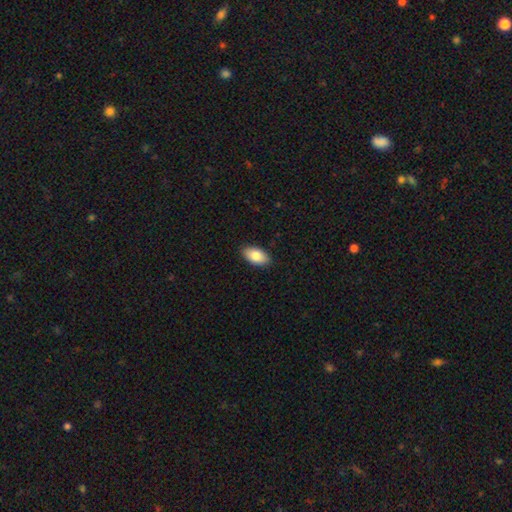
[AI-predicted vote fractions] A smooth galaxy with no disk features (85%) that is in between round and cigar-shaped (94%).

Vote fractions:
- Smooth or featured? smooth: 85% / featured or disk: 9% / star or artifact: 6%
- How rounded? in between: 94% / round: 3% / cigar-shaped: 3%
- Merging? none: 88% / minor disturbance: 9% / major disturbance: 2% / merger: 1%